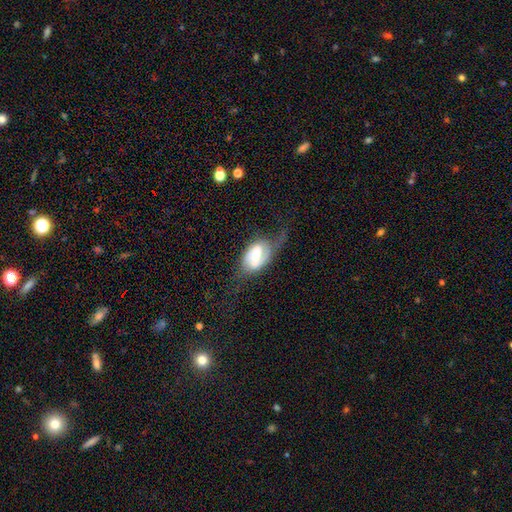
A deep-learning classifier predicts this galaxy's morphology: smooth-or-featured: featured or disk: 71% | smooth: 22% | star or artifact: 6%
  disk-edge-on: no: 95% | yes: 5%
    bar: strong: 44% | weak: 41% | no: 14%
    has-spiral-arms: yes: 88% | no: 12%
      spiral-winding: loose: 42% | medium: 38% | tight: 19%
      spiral-arm-count: 2: 76% | 1: 15% | can't tell: 6% | 3: 1% | 4: 1% | more than 4: 1%
    bulge-size: moderate: 41% | small: 35% | large: 12% | none: 9% | dominant: 3%
  merging: none: 39% | major disturbance: 33% | minor disturbance: 25% | merger: 3%